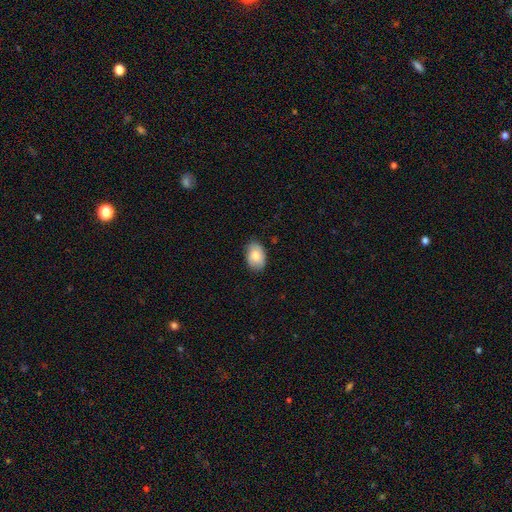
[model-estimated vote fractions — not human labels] Smooth or featured? Predicted: smooth (p=0.81). How rounded? Predicted: in between (p=0.86). Merging? Predicted: none (p=0.83).